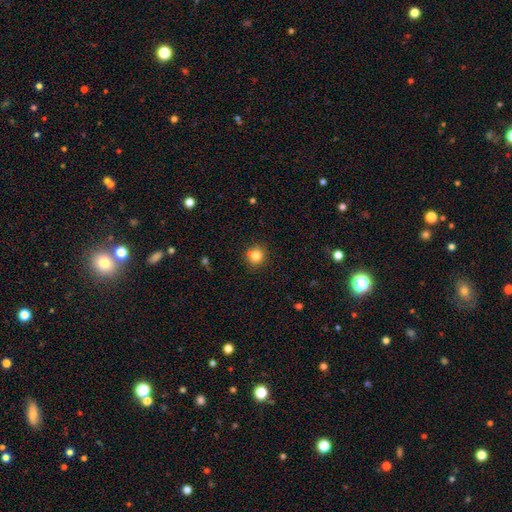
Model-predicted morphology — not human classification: Smooth or featured: smooth — 82% (star or artifact — 11%)
How rounded: round — 91% (in between — 8%)
Merging: none — 86% (minor disturbance — 10%)